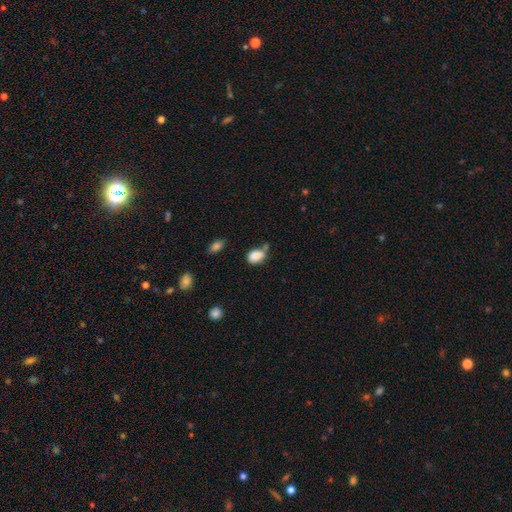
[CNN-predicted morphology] smooth_or_featured: smooth (p=0.84) [alt: star or artifact p=0.09]
how_rounded: in between (p=0.75) [alt: round p=0.23]
merging: none (p=0.46) [alt: minor disturbance p=0.25]